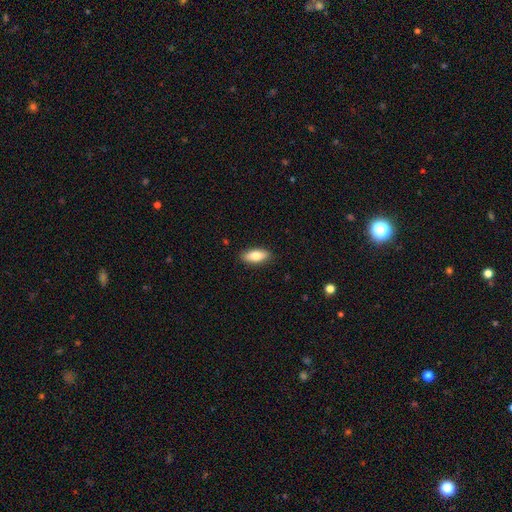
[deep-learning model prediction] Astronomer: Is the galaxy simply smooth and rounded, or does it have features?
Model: smooth — 79%.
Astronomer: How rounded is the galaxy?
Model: in between — 82%.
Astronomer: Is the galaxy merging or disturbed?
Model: none — 89%.